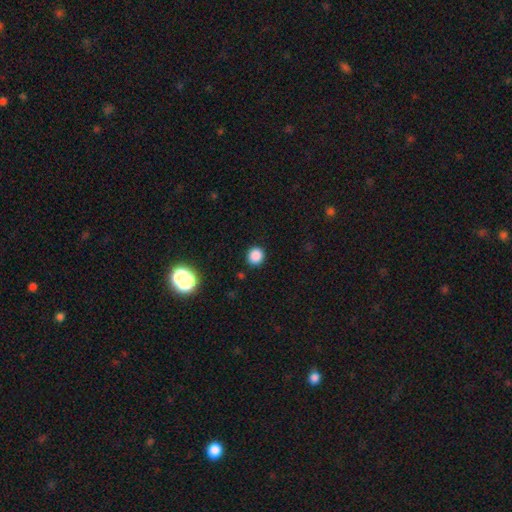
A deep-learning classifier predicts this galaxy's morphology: This is clearly a smooth galaxy (85%). How rounded: clearly round (90%). Merging: clearly none (90%).